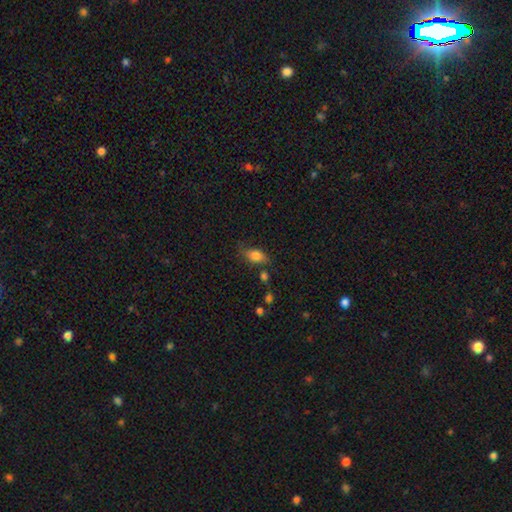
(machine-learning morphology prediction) Smooth or featured? Predicted: smooth (p=0.73). How rounded? Predicted: in between (p=0.82). Merging? Predicted: none (p=0.62).